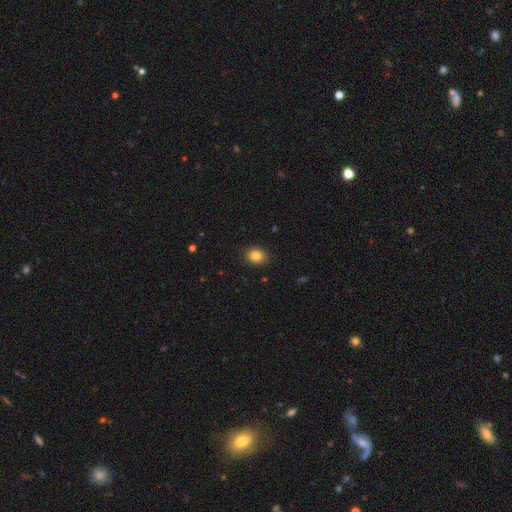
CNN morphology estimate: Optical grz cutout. It shows a smooth galaxy with no disk features (85%) that is round (51%). Merging: none (89%).